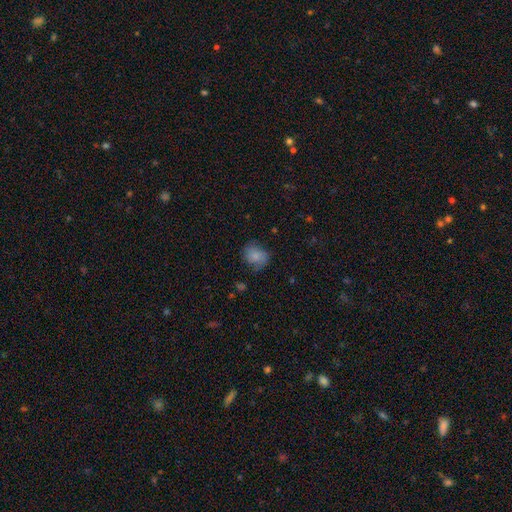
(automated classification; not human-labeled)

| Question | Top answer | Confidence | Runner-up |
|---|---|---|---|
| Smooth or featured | smooth | 80% | featured or disk (11%) |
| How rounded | round | 56% | in between (43%) |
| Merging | none | 65% | minor disturbance (25%) |